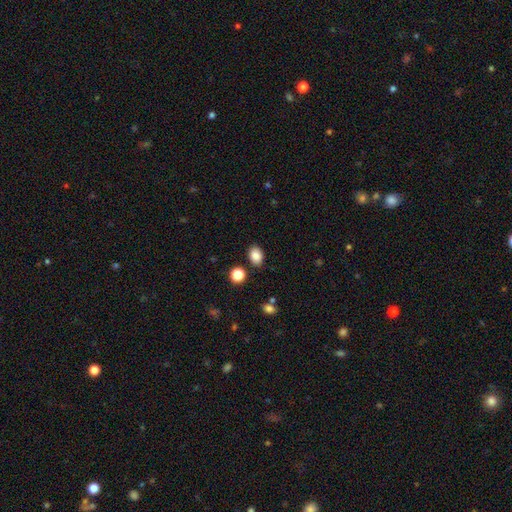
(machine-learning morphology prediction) Smooth or featured? smooth (86%)
How rounded? in between (74%)
Merging? none (85%)